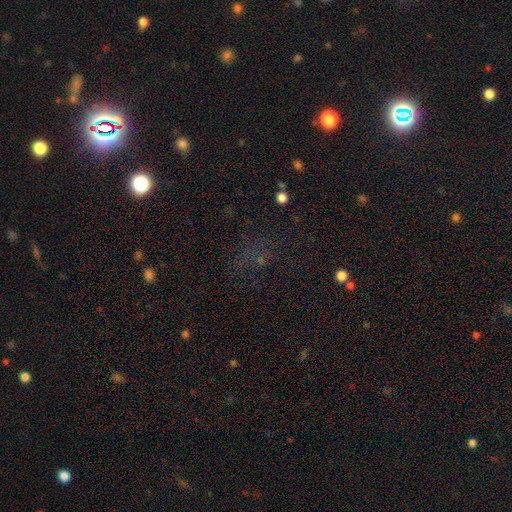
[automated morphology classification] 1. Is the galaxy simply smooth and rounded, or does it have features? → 53% star or artifact, 33% smooth, 14% featured or disk.